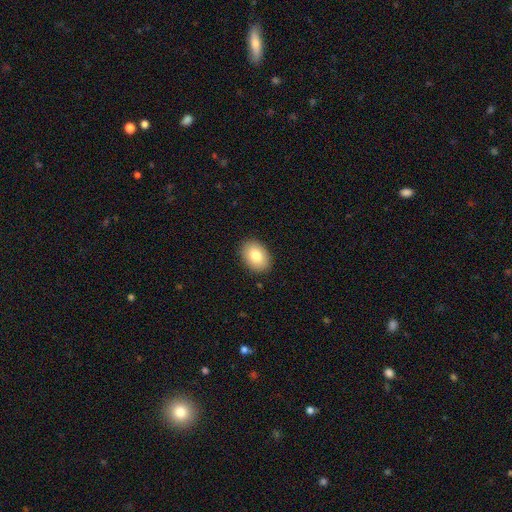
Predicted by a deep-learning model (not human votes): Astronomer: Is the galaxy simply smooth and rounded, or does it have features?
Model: smooth — 83%.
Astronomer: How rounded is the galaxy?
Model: in between — 79%.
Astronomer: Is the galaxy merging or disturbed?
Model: none — 89%.